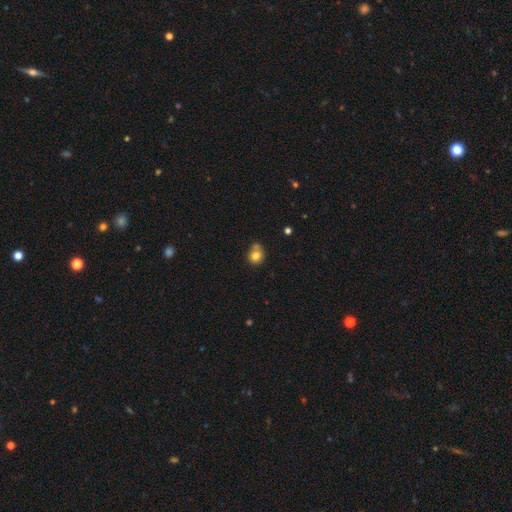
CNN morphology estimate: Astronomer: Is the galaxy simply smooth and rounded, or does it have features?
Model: smooth — 78%.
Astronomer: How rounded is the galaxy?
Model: round — 69%.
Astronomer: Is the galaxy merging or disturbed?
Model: none — 52%.